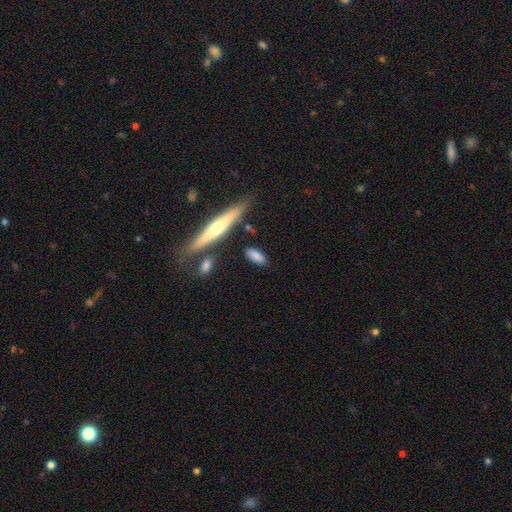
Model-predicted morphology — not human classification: Overall: smooth (78%). How rounded: in between (61%; cigar-shaped 36%). Merging: none (77%).